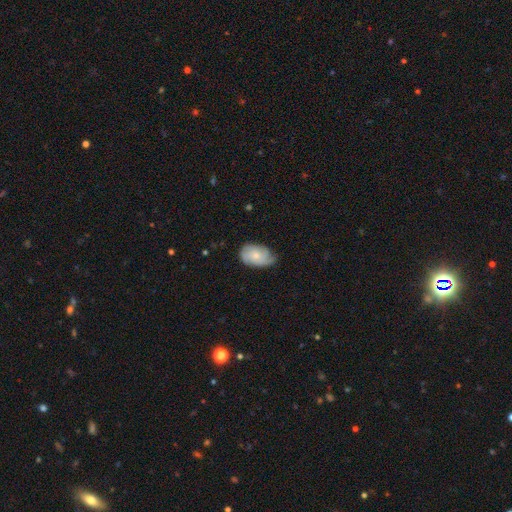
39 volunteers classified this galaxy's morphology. Overall: featured or disk (56%; smooth 33%). Edge-on disk: no (100%). Bar: no (91%). Spiral arms: yes (100%). Spiral arm count: 4 (50%; 3 32%). Spiral winding: tight (64%; medium 32%). Bulge size: small (73%). Merging: none (69%).